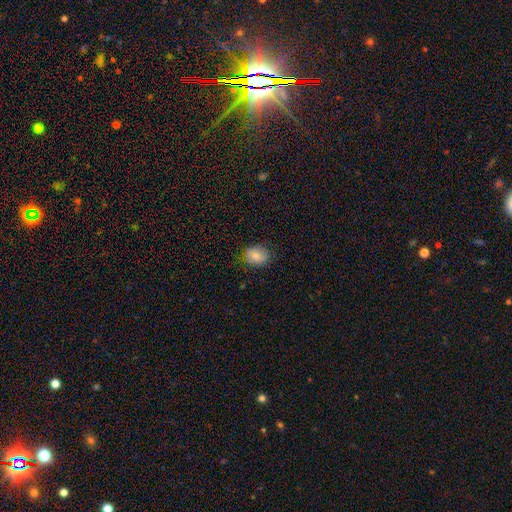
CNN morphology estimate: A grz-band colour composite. It shows a smooth galaxy with no disk features (73%) that is in between round and cigar-shaped (51%). Merging: none (82%).